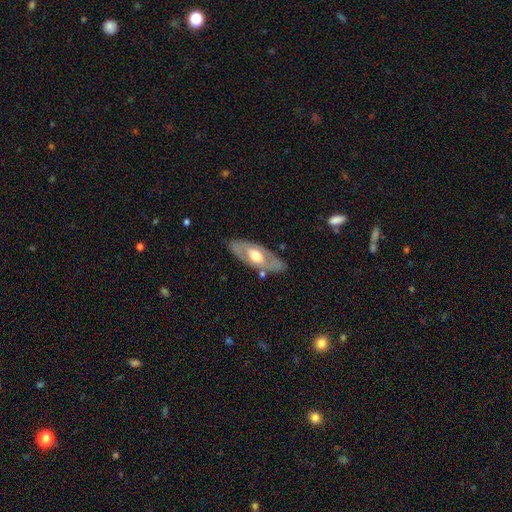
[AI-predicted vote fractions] The model was most divided on "smooth or featured": featured or disk: 58%, smooth: 37%, star or artifact: 5%. More confident: merging — none (79%); edge-on disk — no (77%).